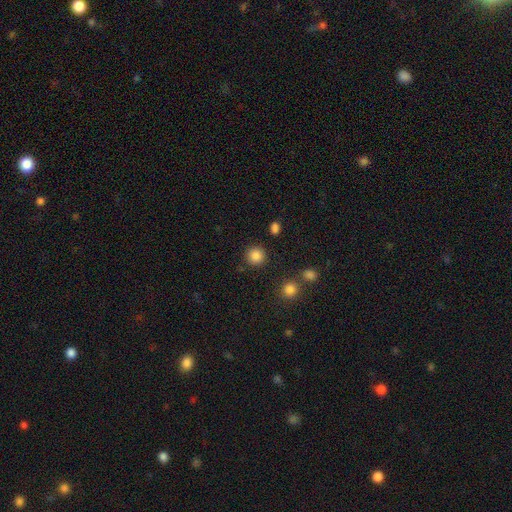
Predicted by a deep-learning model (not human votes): Smooth or featured? Predicted: smooth (p=0.85). How rounded? Predicted: round (p=0.94). Merging? Predicted: none (p=0.88).